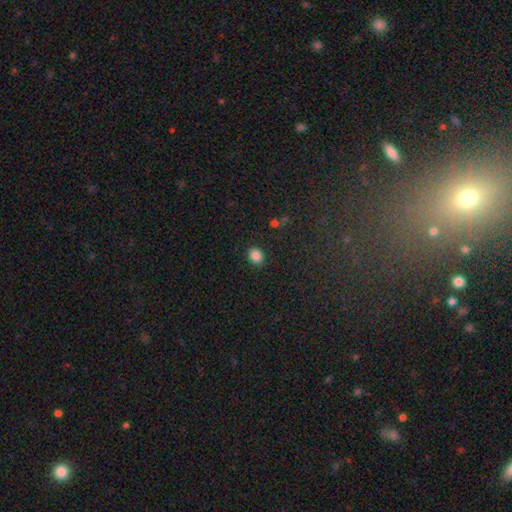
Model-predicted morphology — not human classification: Smooth or featured?
  - smooth: 86% *
  - star or artifact: 11%
  - featured or disk: 4%
How rounded?
  - round: 61% *
  - in between: 38%
  - cigar-shaped: 1%
Merging?
  - none: 90% *
  - minor disturbance: 7%
  - major disturbance: 2%
  - merger: 1%